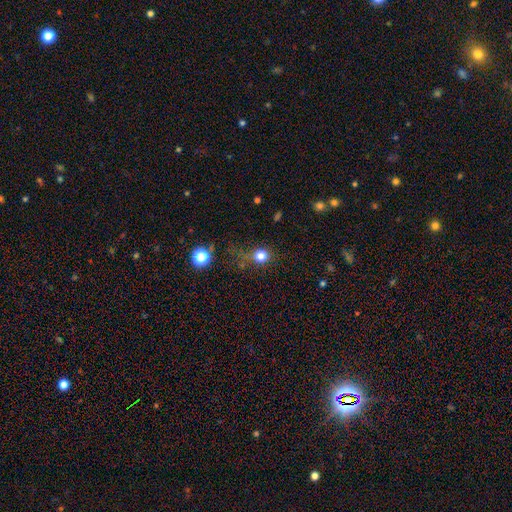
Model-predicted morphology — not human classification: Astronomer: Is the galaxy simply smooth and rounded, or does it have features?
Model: star or artifact — 46% (runner-up: smooth, 44%).